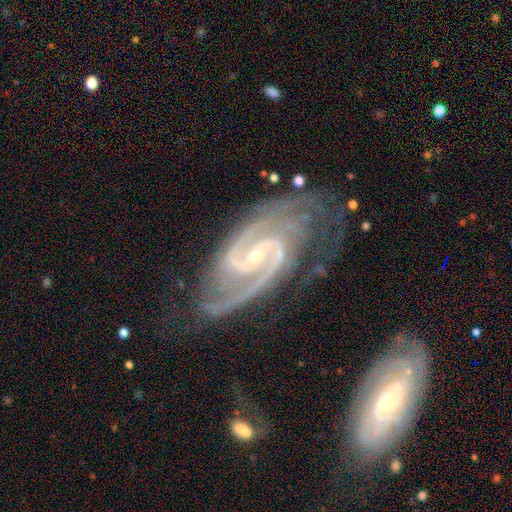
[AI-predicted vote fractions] smooth_or_featured: featured or disk (p=0.94) [alt: star or artifact p=0.04]
disk_edge_on: no (p=0.97) [alt: yes p=0.03]
bar: weak (p=0.44) [alt: strong p=0.29]
has_spiral_arms: yes (p=0.99) [alt: no p=0.01]
spiral_winding: medium (p=0.53) [alt: tight p=0.38]
spiral_arm_count: 2 (p=0.85) [alt: 3 p=0.06]
bulge_size: small (p=0.79) [alt: moderate p=0.16]
merging: none (p=0.65) [alt: minor disturbance p=0.22]